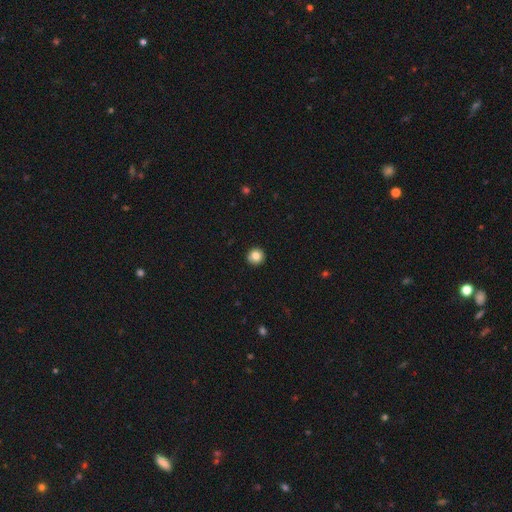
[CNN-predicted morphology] A smooth galaxy with no disk features (82%) that is round (95%).

Vote fractions:
- Smooth or featured? smooth: 82% / star or artifact: 10% / featured or disk: 8%
- How rounded? round: 95% / in between: 4% / cigar-shaped: 1%
- Merging? none: 92% / minor disturbance: 6% / major disturbance: 1% / merger: 1%